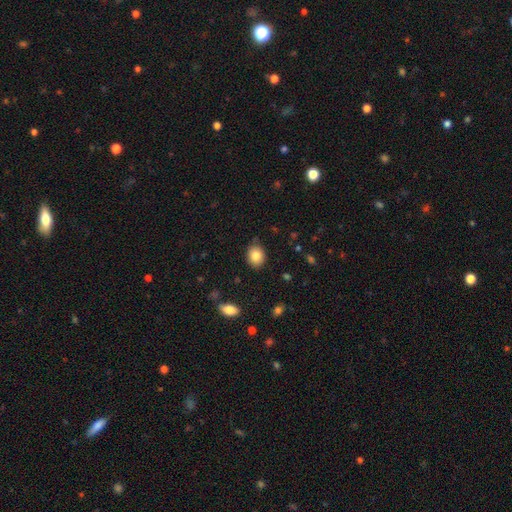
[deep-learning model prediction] Smooth or featured?
  - smooth: 83% *
  - star or artifact: 9%
  - featured or disk: 8%
How rounded?
  - in between: 50% *
  - round: 49%
  - cigar-shaped: 1%
Merging?
  - none: 85% *
  - minor disturbance: 11%
  - major disturbance: 2%
  - merger: 1%